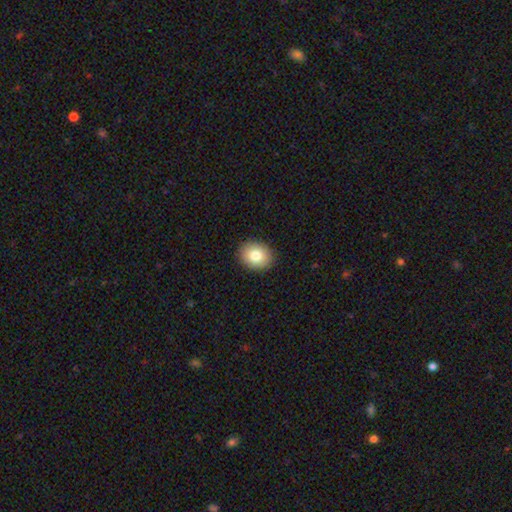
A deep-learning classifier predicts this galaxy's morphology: Smooth or featured: smooth — 82% (featured or disk — 10%)
How rounded: in between — 53% (round — 46%)
Merging: none — 91% (minor disturbance — 7%)